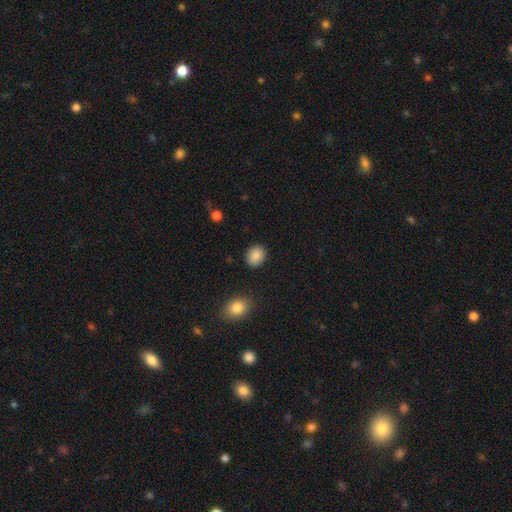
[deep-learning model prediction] Smooth or featured: smooth — 88% (star or artifact — 8%)
How rounded: round — 58% (in between — 41%)
Merging: none — 88% (minor disturbance — 8%)